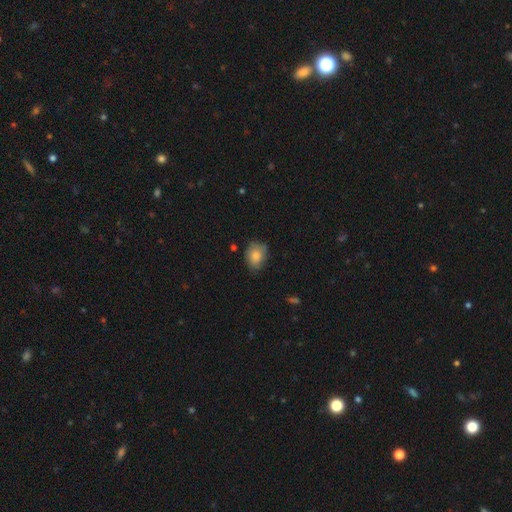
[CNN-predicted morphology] Smooth or featured?
  - smooth: 80% *
  - featured or disk: 13%
  - star or artifact: 8%
How rounded?
  - in between: 60% *
  - round: 39%
  - cigar-shaped: 1%
Merging?
  - none: 68% *
  - minor disturbance: 25%
  - major disturbance: 5%
  - merger: 2%